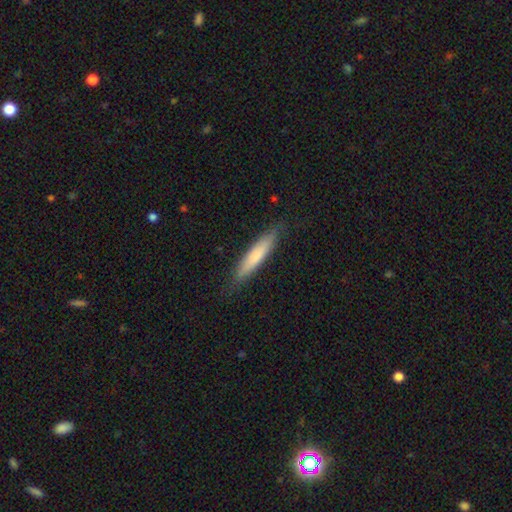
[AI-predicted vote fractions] Overall: smooth (74%). How rounded: cigar-shaped (89%). Merging: none (85%).